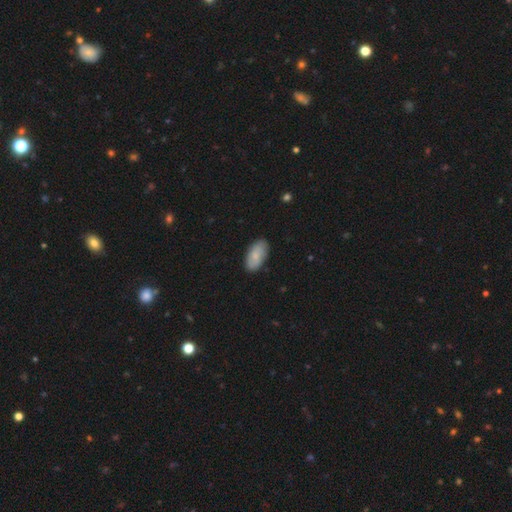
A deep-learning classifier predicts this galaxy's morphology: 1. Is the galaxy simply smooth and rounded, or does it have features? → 78% smooth, 16% featured or disk, 6% star or artifact.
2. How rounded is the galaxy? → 94% in between, 3% cigar-shaped, 3% round.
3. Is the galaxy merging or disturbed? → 85% none, 12% minor disturbance, 2% major disturbance, 1% merger.